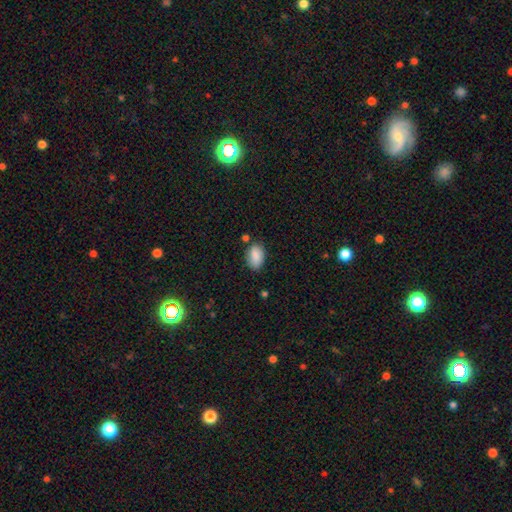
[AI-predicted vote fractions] Smooth or featured? Predicted: smooth (p=0.87). How rounded? Predicted: in between (p=0.89). Merging? Predicted: none (p=0.73).